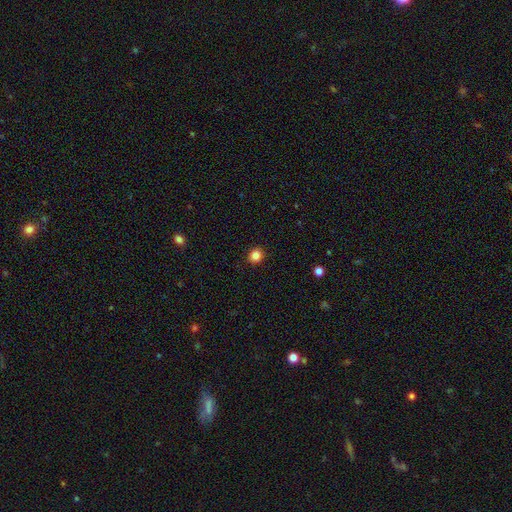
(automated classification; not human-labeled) smooth-or-featured: smooth: 84% | star or artifact: 12% | featured or disk: 4%
  how-rounded: round: 87% | in between: 12% | cigar-shaped: 1%
  merging: none: 92% | minor disturbance: 5% | major disturbance: 2% | merger: 1%